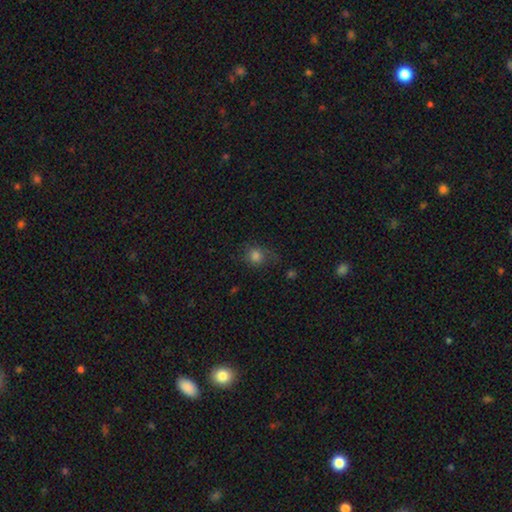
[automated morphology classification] Smooth or featured? smooth (78%)
How rounded? round (77%)
Merging? none (64%)